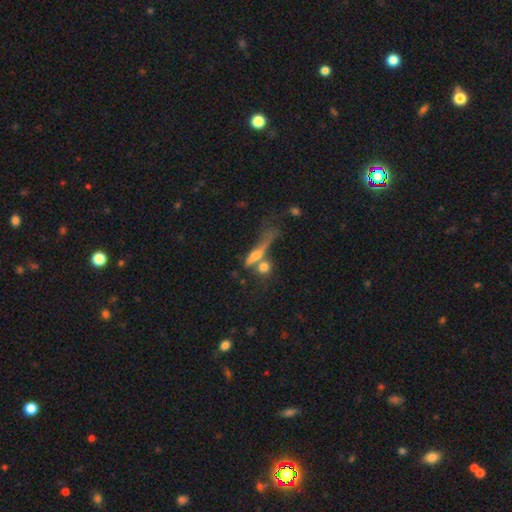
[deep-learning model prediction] Q: Smooth or featured?
A: smooth (48%); runner-up: featured or disk (41%)
Q: Merging?
A: merger (36%); runner-up: none (32%)